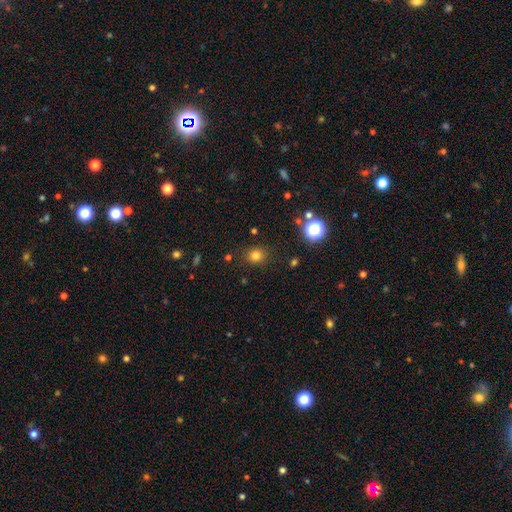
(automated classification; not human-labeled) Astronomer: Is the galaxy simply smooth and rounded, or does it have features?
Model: smooth — 78%.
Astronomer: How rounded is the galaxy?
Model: round — 81%.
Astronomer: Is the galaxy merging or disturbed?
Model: none — 87%.